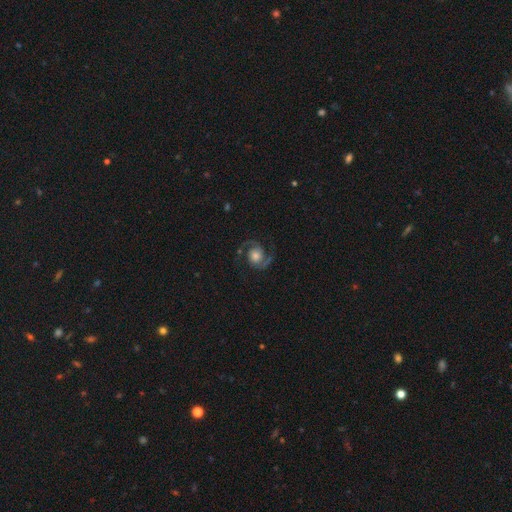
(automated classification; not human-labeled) smooth_or_featured: featured or disk (p=0.86) [alt: smooth p=0.08]
disk_edge_on: no (p=0.98) [alt: yes p=0.02]
bar: no (p=0.73) [alt: weak p=0.21]
has_spiral_arms: yes (p=0.98) [alt: no p=0.02]
spiral_winding: medium (p=0.54) [alt: loose p=0.27]
spiral_arm_count: 2 (p=0.94) [alt: 1 p=0.02]
bulge_size: moderate (p=0.43) [alt: large p=0.29]
merging: none (p=0.78) [alt: minor disturbance p=0.12]